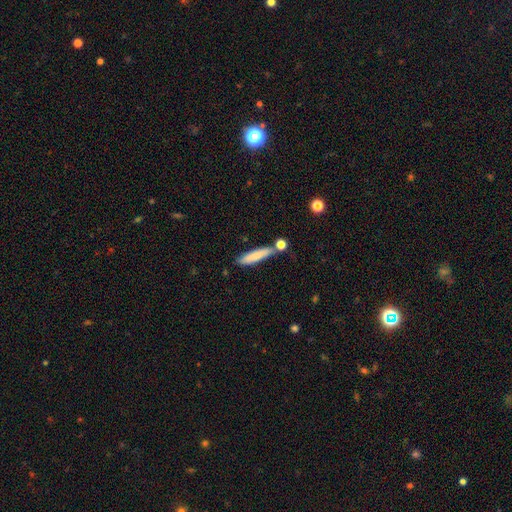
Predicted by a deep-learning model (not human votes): This is likely a smooth galaxy (77%). How rounded: clearly cigar-shaped (82%). Merging: likely none (67%).